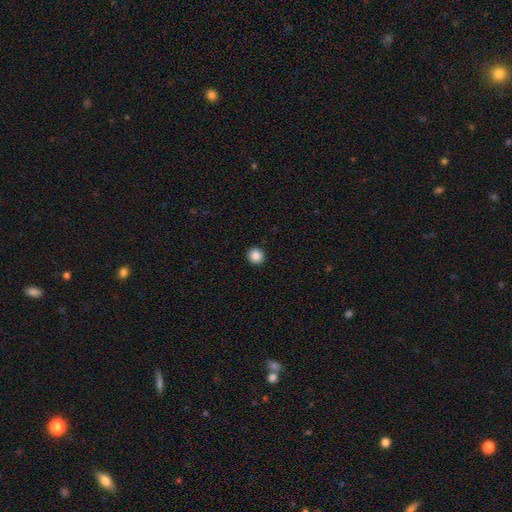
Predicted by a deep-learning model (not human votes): Q: Smooth or featured?
A: smooth (87%); runner-up: star or artifact (10%)
Q: How rounded?
A: round (95%); runner-up: in between (4%)
Q: Merging?
A: none (93%); runner-up: minor disturbance (4%)